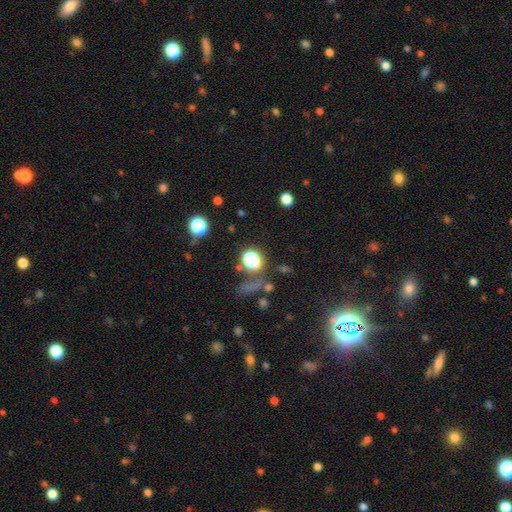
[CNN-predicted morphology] Smooth or featured: star or artifact — 74% (smooth — 17%)